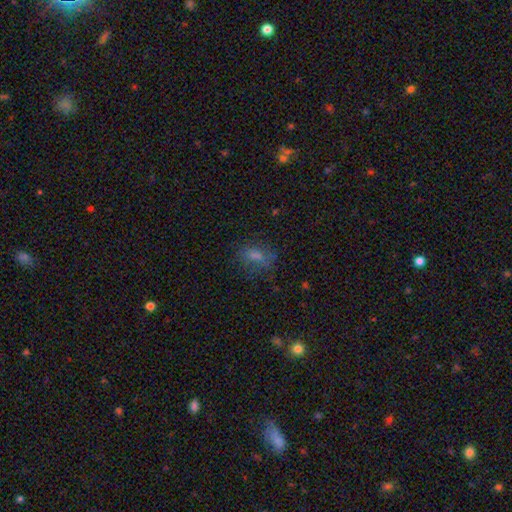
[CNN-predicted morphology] smooth_or_featured: smooth (p=0.68) [alt: star or artifact p=0.17]
how_rounded: in between (p=0.73) [alt: round p=0.23]
merging: none (p=0.64) [alt: minor disturbance p=0.20]